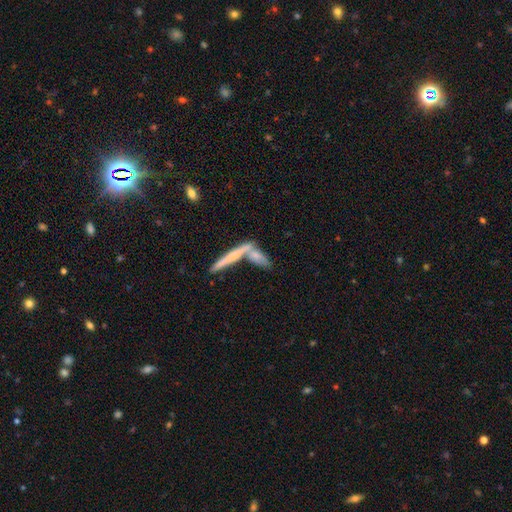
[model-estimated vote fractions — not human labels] This is possibly a smooth galaxy (57%). How rounded: likely cigar-shaped (70%). Merging: marginally merger (44%).